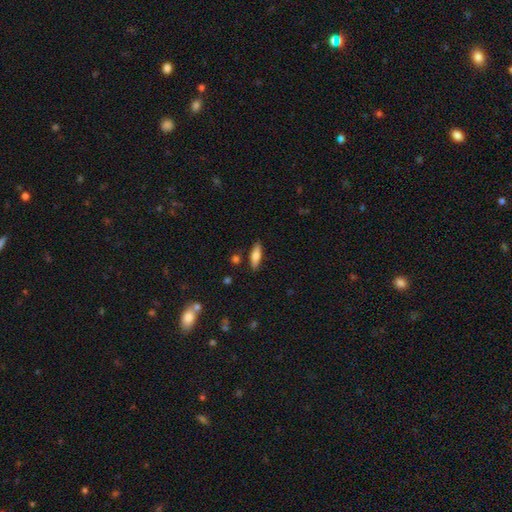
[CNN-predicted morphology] smooth-or-featured: smooth: 66% | featured or disk: 28% | star or artifact: 6%
  how-rounded: cigar-shaped: 56% | in between: 42% | round: 2%
  merging: none: 86% | minor disturbance: 9% | merger: 3% | major disturbance: 2%